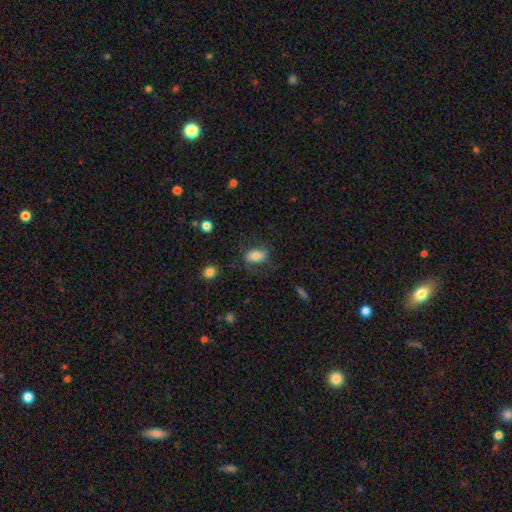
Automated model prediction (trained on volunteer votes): A smooth galaxy with no disk features (62%) that is in between round and cigar-shaped (87%). Merging: none (62%).